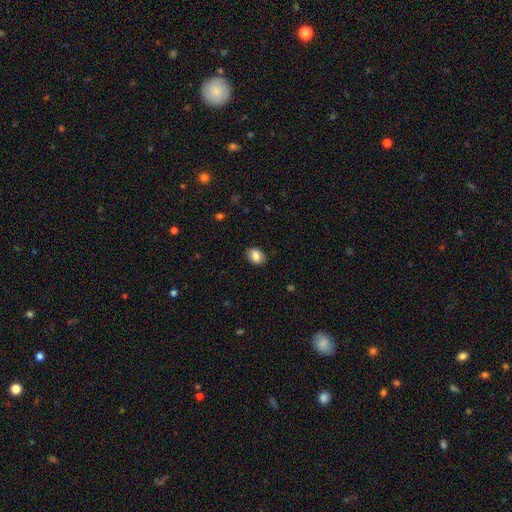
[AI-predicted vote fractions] Overall: smooth (85%). How rounded: in between (73%). Merging: none (87%).